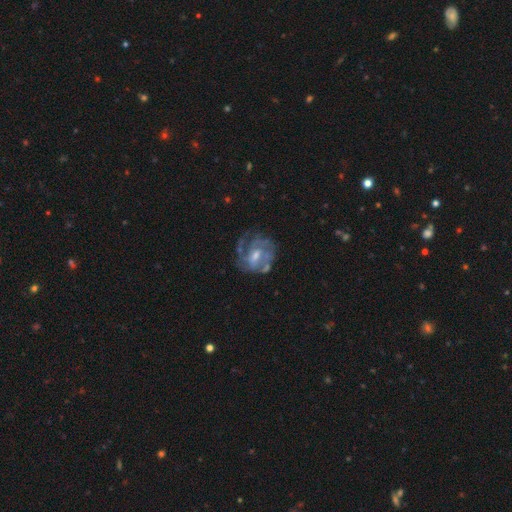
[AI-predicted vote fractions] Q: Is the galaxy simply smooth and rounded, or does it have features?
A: featured or disk — 77%.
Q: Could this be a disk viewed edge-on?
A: no — 97%.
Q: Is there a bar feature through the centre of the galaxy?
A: weak — 47%.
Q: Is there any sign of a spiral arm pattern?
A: yes — 77%.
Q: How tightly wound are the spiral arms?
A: tight — 49%.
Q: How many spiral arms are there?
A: can't tell — 43%.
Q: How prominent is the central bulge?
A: moderate — 52%.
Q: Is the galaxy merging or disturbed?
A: none — 57%.